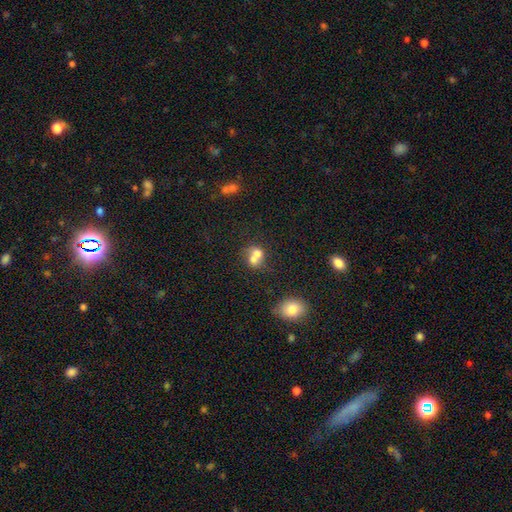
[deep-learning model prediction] smooth_or_featured: smooth (p=0.67) [alt: featured or disk p=0.21]
how_rounded: round (p=0.62) [alt: in between p=0.36]
merging: merger (p=0.68) [alt: none p=0.22]